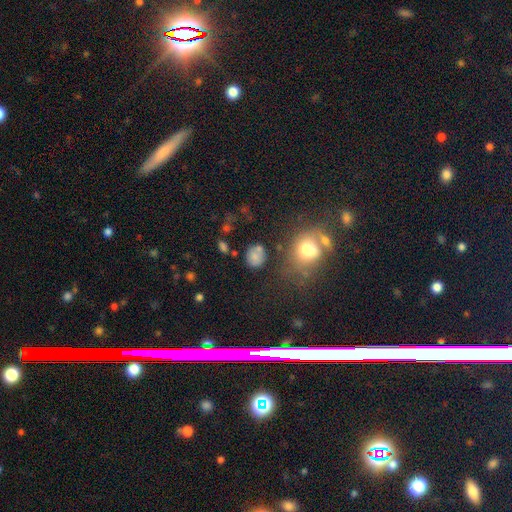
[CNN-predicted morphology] smooth-or-featured: smooth: 74% | star or artifact: 14% | featured or disk: 12%
  how-rounded: round: 67% | in between: 32% | cigar-shaped: 1%
  merging: none: 66% | minor disturbance: 16% | merger: 11% | major disturbance: 7%